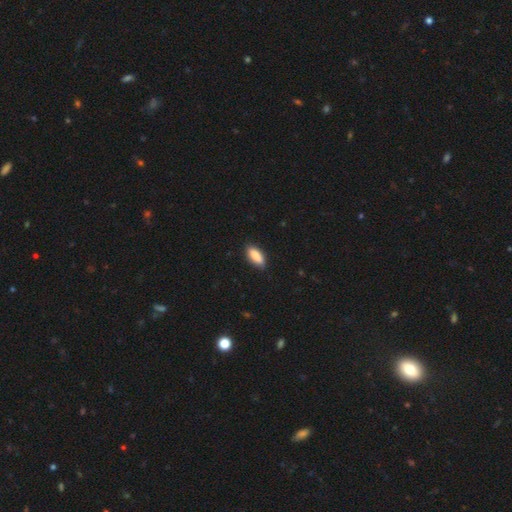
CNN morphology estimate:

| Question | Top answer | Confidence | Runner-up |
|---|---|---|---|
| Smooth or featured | smooth | 86% | featured or disk (8%) |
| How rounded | in between | 82% | cigar-shaped (16%) |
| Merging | none | 85% | minor disturbance (12%) |